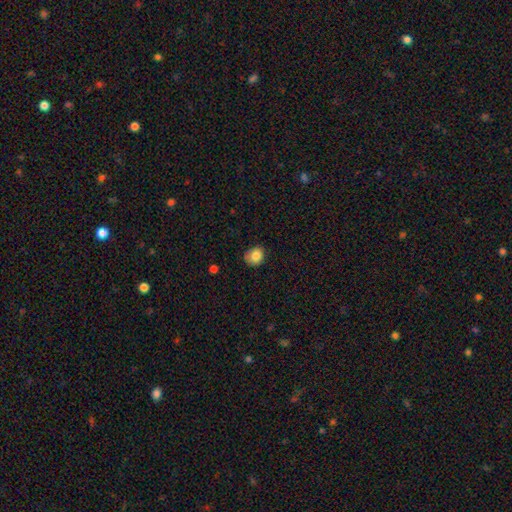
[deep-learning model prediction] Morphology: type=smooth (84%); roundness=round (71%); merging=none (73%).